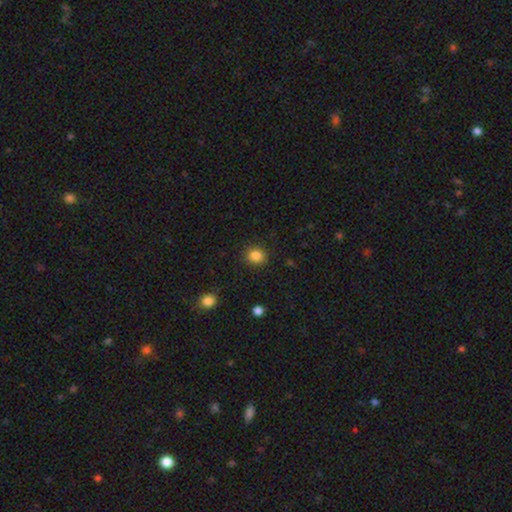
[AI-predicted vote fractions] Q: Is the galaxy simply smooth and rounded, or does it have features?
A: smooth — 86%.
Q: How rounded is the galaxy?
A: round — 70%.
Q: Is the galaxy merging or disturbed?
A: none — 87%.